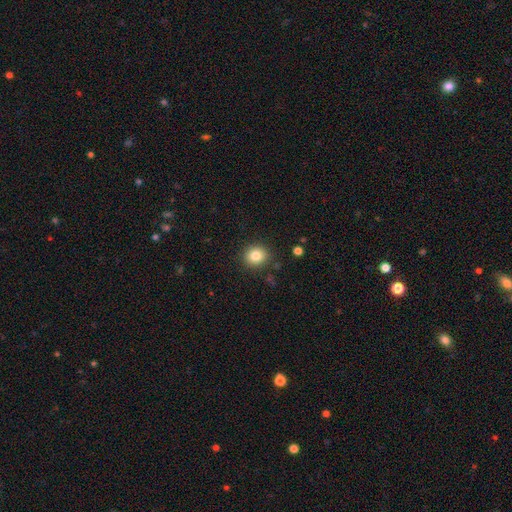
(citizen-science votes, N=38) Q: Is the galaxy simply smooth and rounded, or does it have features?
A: smooth — 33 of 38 (87%).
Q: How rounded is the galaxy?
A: round — 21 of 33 (64%).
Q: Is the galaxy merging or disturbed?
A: none — 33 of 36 (92%).